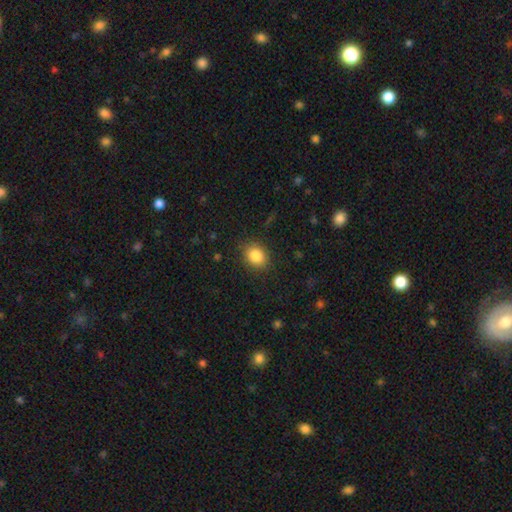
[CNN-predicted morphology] A smooth galaxy with no disk features (87%) that is in between round and cigar-shaped (53%). Merging: none (85%).